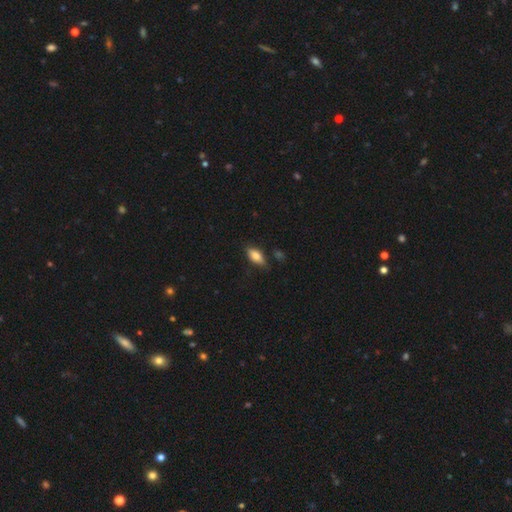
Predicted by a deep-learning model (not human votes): Smooth or featured?
  - smooth: 77% *
  - featured or disk: 16%
  - star or artifact: 7%
How rounded?
  - in between: 82% *
  - cigar-shaped: 15%
  - round: 3%
Merging?
  - none: 77% *
  - minor disturbance: 18%
  - major disturbance: 3%
  - merger: 2%